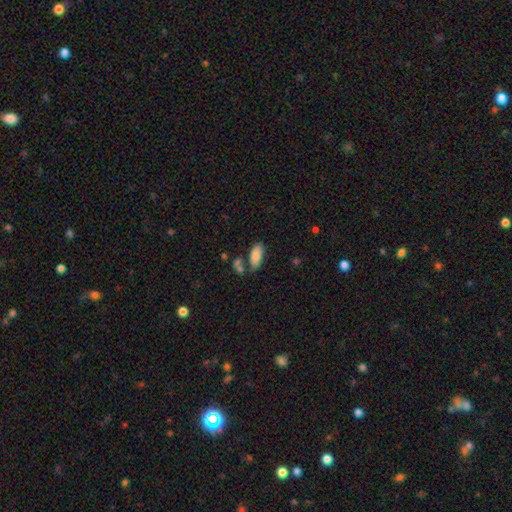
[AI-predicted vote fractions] smooth 85%, featured or disk 8%, star or artifact 7%. Down the decision tree: how rounded — in between (87%); merging — none (60%).